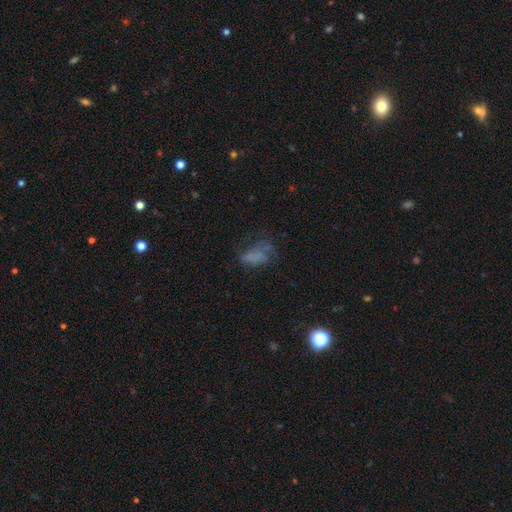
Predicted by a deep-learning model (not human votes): Smooth or featured?
  - smooth: 51% *
  - featured or disk: 29%
  - star or artifact: 20%
How rounded?
  - in between: 83% *
  - round: 10%
  - cigar-shaped: 7%
Merging?
  - major disturbance: 36% * (tied)
  - none: 36% * (tied)
  - minor disturbance: 23%
  - merger: 5%